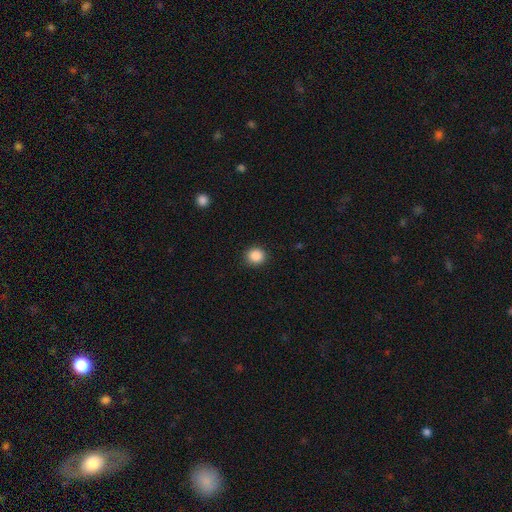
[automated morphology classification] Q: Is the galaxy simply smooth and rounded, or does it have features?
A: smooth — 88%.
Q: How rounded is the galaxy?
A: round — 86%.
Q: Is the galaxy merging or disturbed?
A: none — 90%.